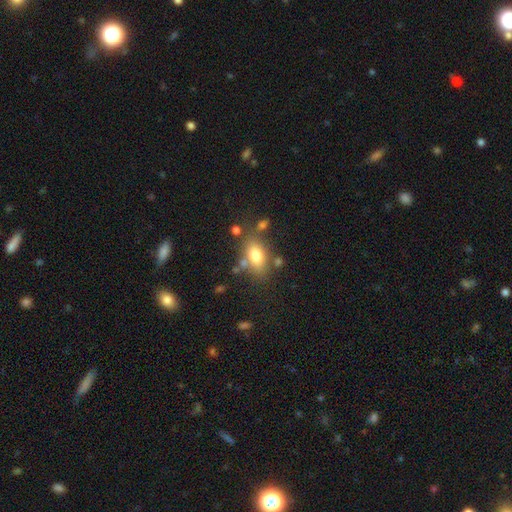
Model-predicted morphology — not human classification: Overall: smooth (77%). How rounded: in between (85%). Merging: none (69%).